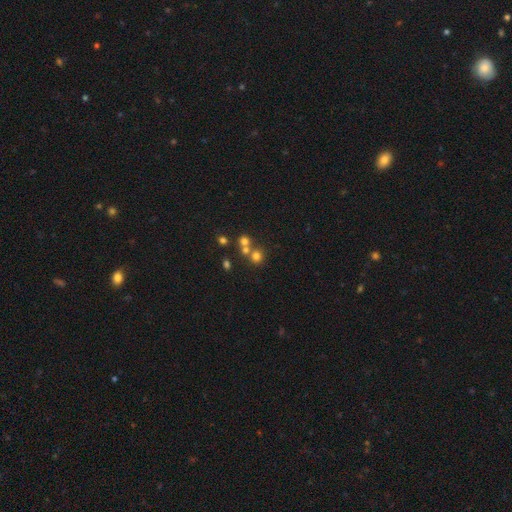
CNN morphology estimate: This is likely a smooth galaxy (67%). How rounded: clearly round (89%). Merging: possibly none (54%).